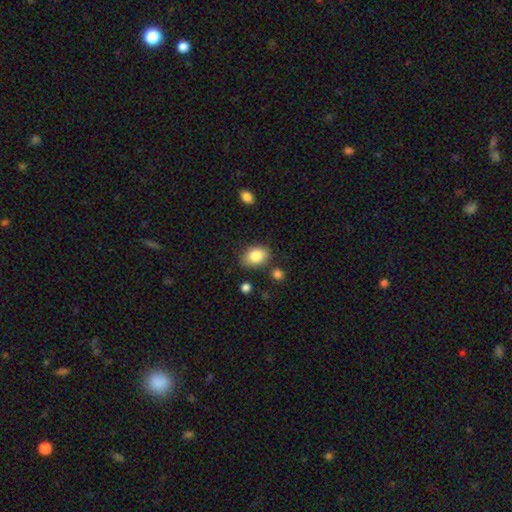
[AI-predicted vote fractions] Morphology: type=smooth (84%); roundness=in between (76%); merging=none (81%).